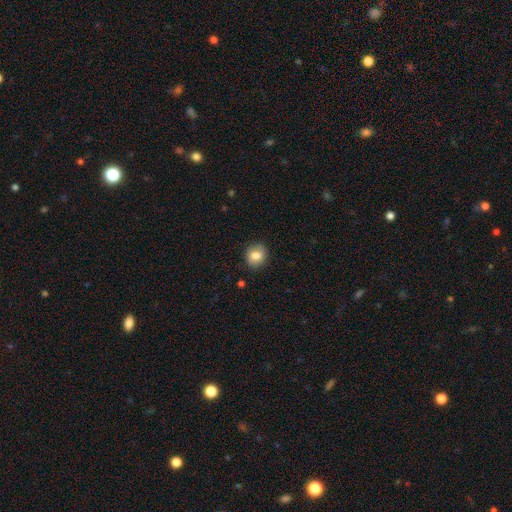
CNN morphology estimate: Q: Smooth or featured?
A: smooth (80%); runner-up: featured or disk (11%)
Q: How rounded?
A: round (71%); runner-up: in between (28%)
Q: Merging?
A: none (85%); runner-up: minor disturbance (11%)